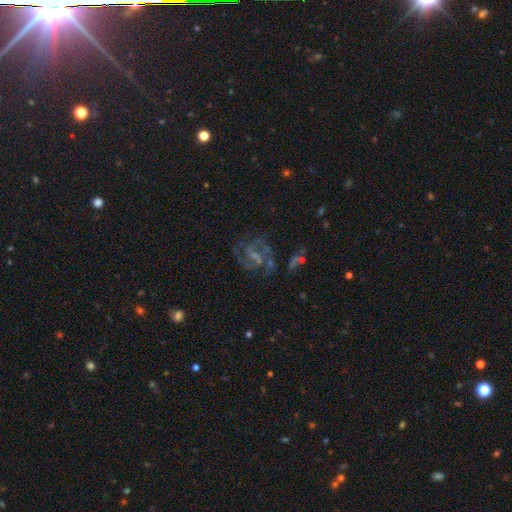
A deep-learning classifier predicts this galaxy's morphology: A featured or disk galaxy (70%) with a weak bar (46%), 2 (55%) medium (50%) spiral arms (79%) and a small central bulge (40%). Merging: none (50%).